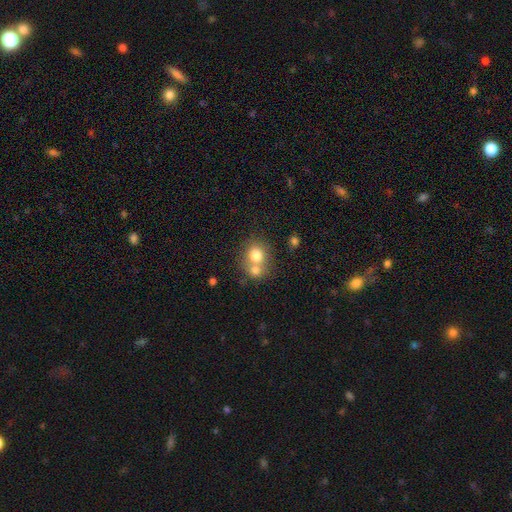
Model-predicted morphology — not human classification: The model was most divided on "merging": merger: 54%, none: 36%, minor disturbance: 7%, major disturbance: 3%. More confident: how rounded — round (76%); smooth or featured — smooth (75%).